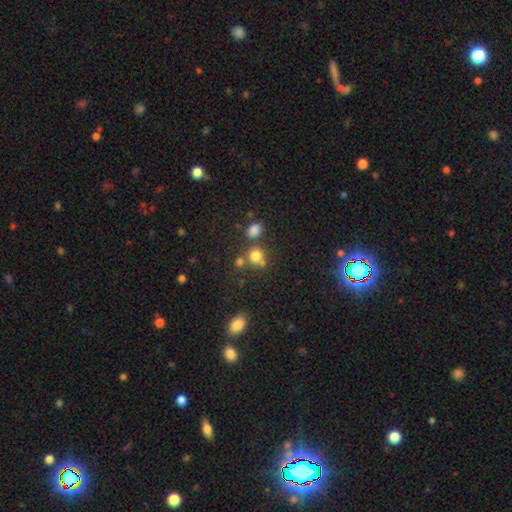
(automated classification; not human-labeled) The model was most divided on "merging": none: 59%, merger: 26%, minor disturbance: 10%, major disturbance: 5%. More confident: how rounded — round (83%); smooth or featured — smooth (75%).